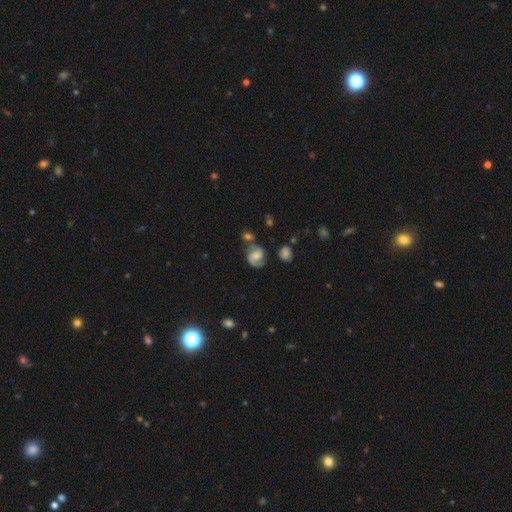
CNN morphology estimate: Q: Smooth or featured?
A: featured or disk (78%); runner-up: smooth (15%)
Q: Edge-on disk?
A: no (98%); runner-up: yes (2%)
Q: Bar?
A: no (45%); runner-up: weak (42%)
Q: Spiral arms?
A: yes (95%); runner-up: no (5%)
Q: Spiral winding?
A: medium (53%); runner-up: tight (31%)
Q: Spiral arm count?
A: 2 (87%); runner-up: 1 (5%)
Q: Bulge size?
A: moderate (37%); runner-up: small (21%)
Q: Merging?
A: none (60%); runner-up: minor disturbance (17%)